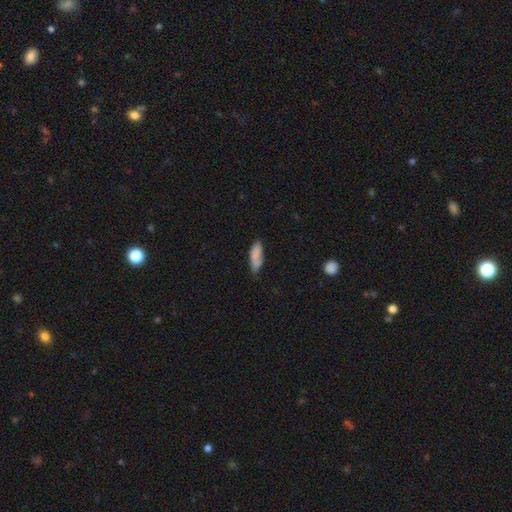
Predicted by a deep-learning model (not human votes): Smooth or featured: smooth — 84% (featured or disk — 9%)
How rounded: in between — 61% (cigar-shaped — 37%)
Merging: none — 64% (minor disturbance — 28%)